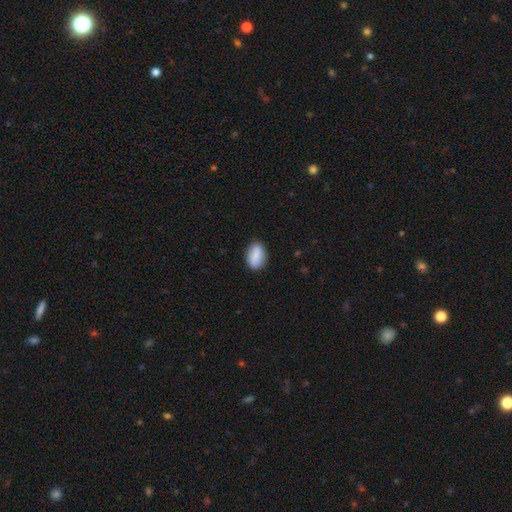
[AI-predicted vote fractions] A smooth galaxy with no disk features (83%) that is in between round and cigar-shaped (87%).

Vote fractions:
- Smooth or featured? smooth: 83% / featured or disk: 11% / star or artifact: 7%
- How rounded? in between: 87% / round: 11% / cigar-shaped: 2%
- Merging? none: 84% / minor disturbance: 12% / major disturbance: 2% / merger: 2%